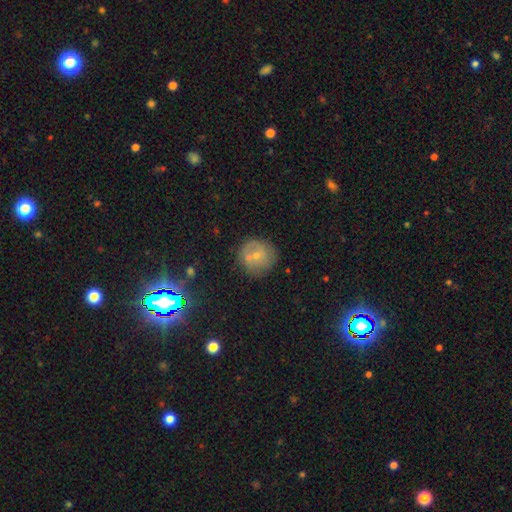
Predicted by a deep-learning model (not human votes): Smooth or featured? smooth (55%)
How rounded? round (91%)
Merging? none (66%)